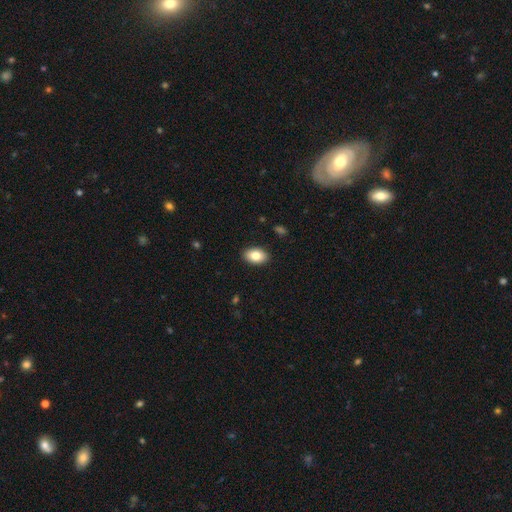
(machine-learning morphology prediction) smooth_or_featured: smooth (p=0.83) [alt: featured or disk p=0.10]
how_rounded: in between (p=0.90) [alt: round p=0.09]
merging: none (p=0.90) [alt: minor disturbance p=0.07]